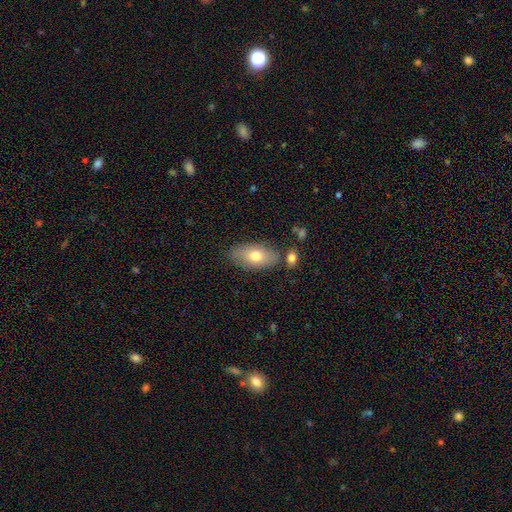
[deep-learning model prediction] A smooth galaxy with no disk features (69%) that is in between round and cigar-shaped (91%).

Vote fractions:
- Smooth or featured? smooth: 69% / featured or disk: 24% / star or artifact: 7%
- How rounded? in between: 91% / round: 5% / cigar-shaped: 4%
- Merging? none: 77% / minor disturbance: 14% / merger: 6% / major disturbance: 3%